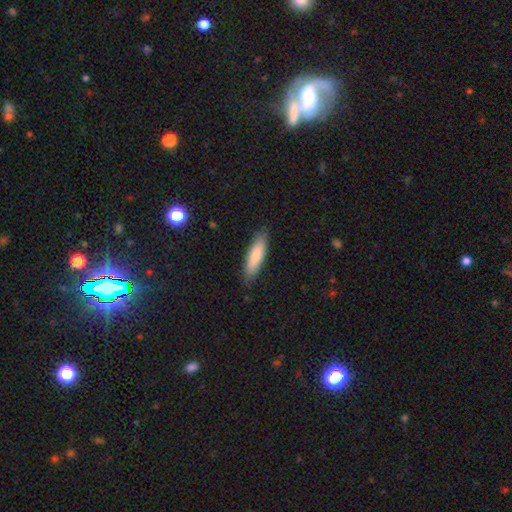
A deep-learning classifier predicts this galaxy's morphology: smooth 80%, featured or disk 14%, star or artifact 6%. Down the decision tree: how rounded — cigar-shaped (64%); merging — none (85%).